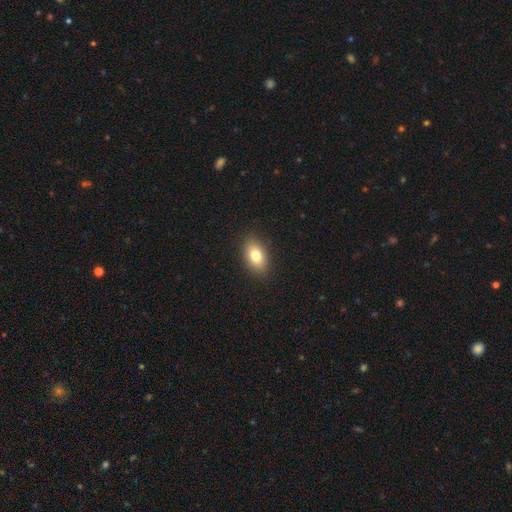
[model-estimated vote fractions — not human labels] Morphology: type=smooth (80%); roundness=in between (89%); merging=none (89%).